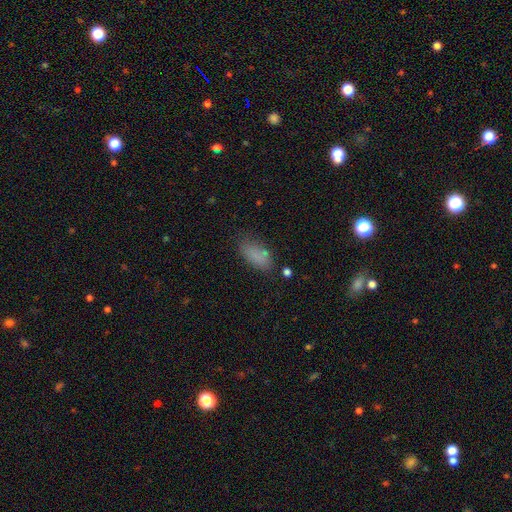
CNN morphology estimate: type=smooth (80%); roundness=in between (88%); merging=none (65%).